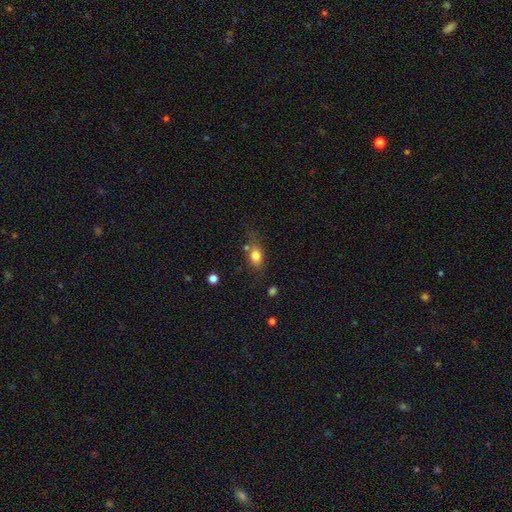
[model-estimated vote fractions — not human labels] Overall: smooth (79%). How rounded: in between (69%). Merging: none (56%; minor disturbance 24%).